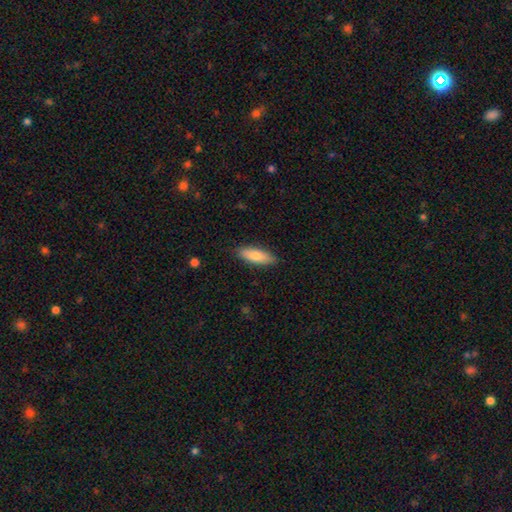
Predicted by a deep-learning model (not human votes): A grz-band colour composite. It shows a smooth galaxy with no disk features (78%) that is in between round and cigar-shaped (57%). Merging: none (86%).